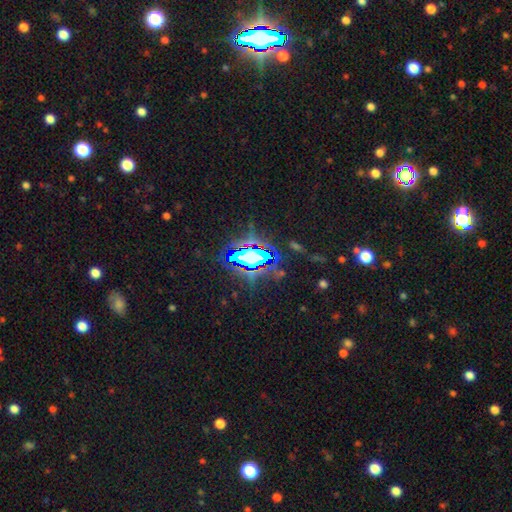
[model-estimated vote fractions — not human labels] Overall: star or artifact (68%).